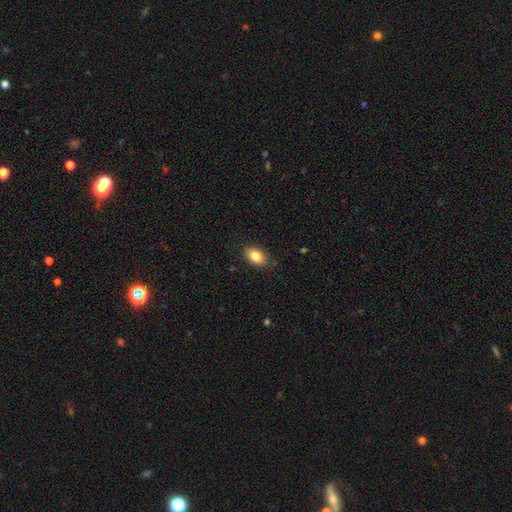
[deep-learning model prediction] Smooth or featured: smooth — 84% (featured or disk — 8%)
How rounded: in between — 89% (round — 10%)
Merging: none — 86% (minor disturbance — 10%)